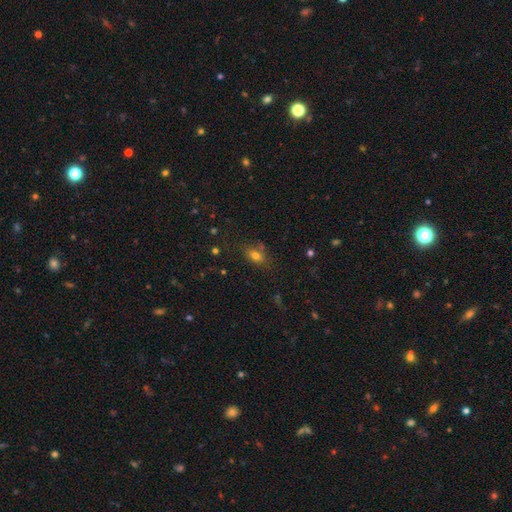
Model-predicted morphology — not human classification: Smooth or featured? smooth (73%)
How rounded? in between (74%)
Merging? none (67%)